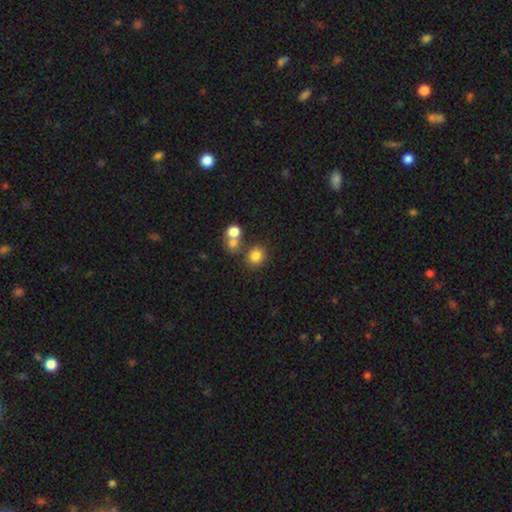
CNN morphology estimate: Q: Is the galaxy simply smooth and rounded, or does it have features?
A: smooth — 81%.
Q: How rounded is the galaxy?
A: round — 82%.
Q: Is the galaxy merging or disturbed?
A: none — 68%.